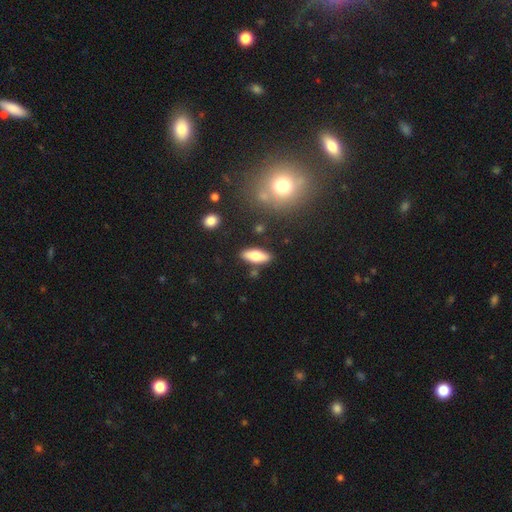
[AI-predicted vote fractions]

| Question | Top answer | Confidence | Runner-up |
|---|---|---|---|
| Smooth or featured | smooth | 74% | featured or disk (20%) |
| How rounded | in between | 68% | cigar-shaped (30%) |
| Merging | none | 83% | minor disturbance (10%) |